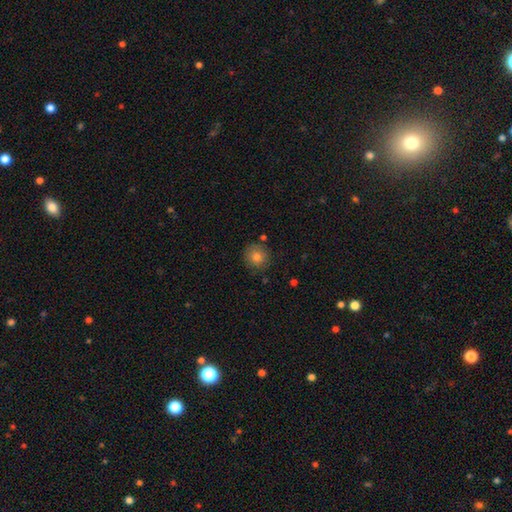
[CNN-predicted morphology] The model was most divided on "smooth or featured": smooth: 75%, star or artifact: 16%, featured or disk: 9%. More confident: how rounded — round (93%); merging — none (87%).